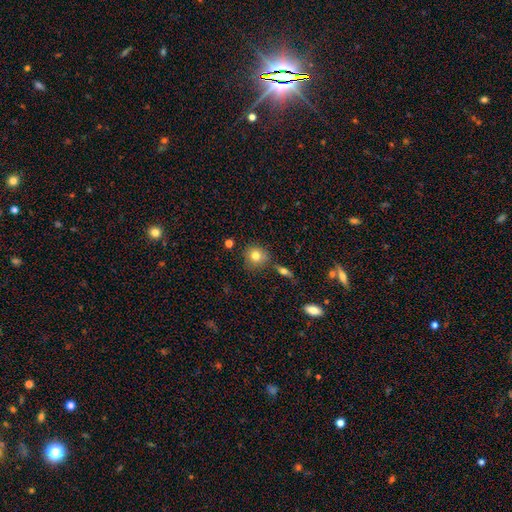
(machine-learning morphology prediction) This appears to be a smooth galaxy with no disk features (79%) that is round (88%). Merging: none (77%).